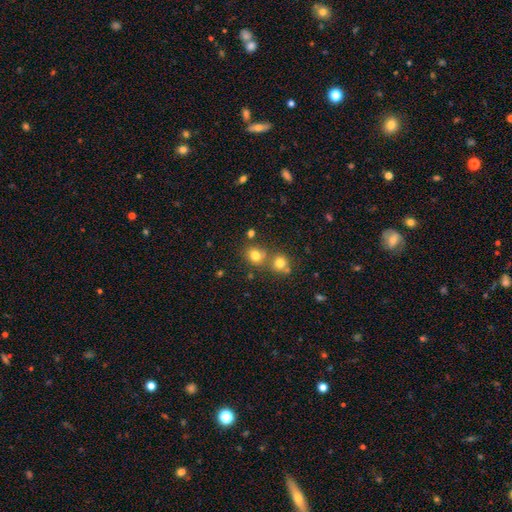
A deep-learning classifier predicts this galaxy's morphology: smooth_or_featured: smooth (p=0.77) [alt: star or artifact p=0.15]
how_rounded: round (p=0.71) [alt: in between p=0.29]
merging: none (p=0.58) [alt: merger p=0.30]